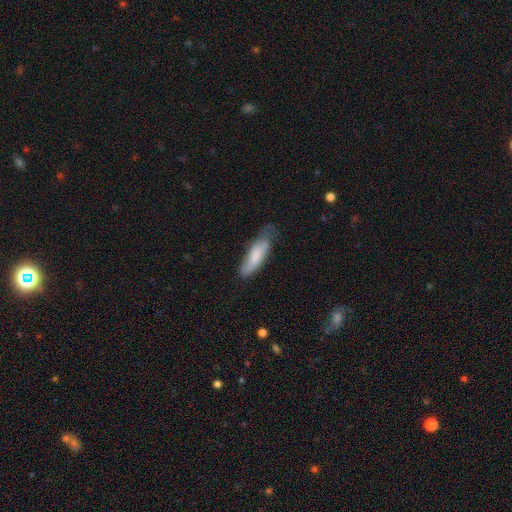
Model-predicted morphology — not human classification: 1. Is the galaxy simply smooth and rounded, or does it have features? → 74% smooth, 20% featured or disk, 6% star or artifact.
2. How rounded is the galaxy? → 53% cigar-shaped, 46% in between, 2% round.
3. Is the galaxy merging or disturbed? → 52% none, 35% minor disturbance, 11% major disturbance, 2% merger.